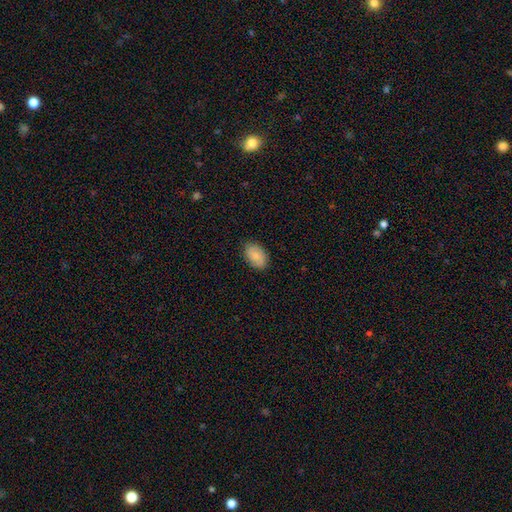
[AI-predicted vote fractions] Q: Smooth or featured?
A: smooth (79%); runner-up: featured or disk (15%)
Q: How rounded?
A: in between (90%); runner-up: round (9%)
Q: Merging?
A: none (85%); runner-up: minor disturbance (12%)